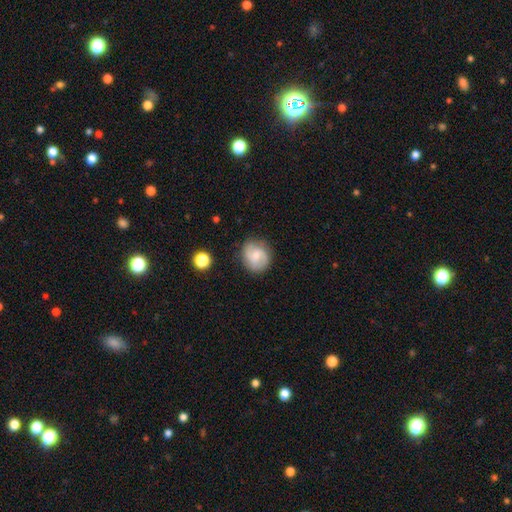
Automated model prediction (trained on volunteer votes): Morphology: type=featured or disk (60%); edge-on=no (98%); bar=weak (51%); spiral arms=yes (91%); winding=medium (48%); arm count=2 (84%); bulge=small (50%); merging=none (80%).